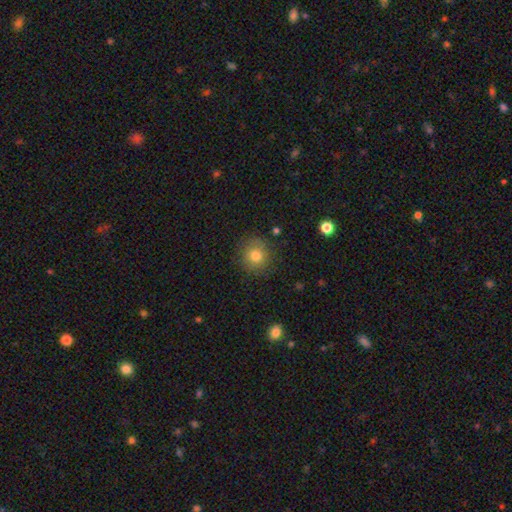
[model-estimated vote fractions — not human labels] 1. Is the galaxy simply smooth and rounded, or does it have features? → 77% smooth, 12% featured or disk, 11% star or artifact.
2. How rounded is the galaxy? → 88% round, 11% in between, 1% cigar-shaped.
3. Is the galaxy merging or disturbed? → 82% none, 12% minor disturbance, 4% major disturbance, 2% merger.